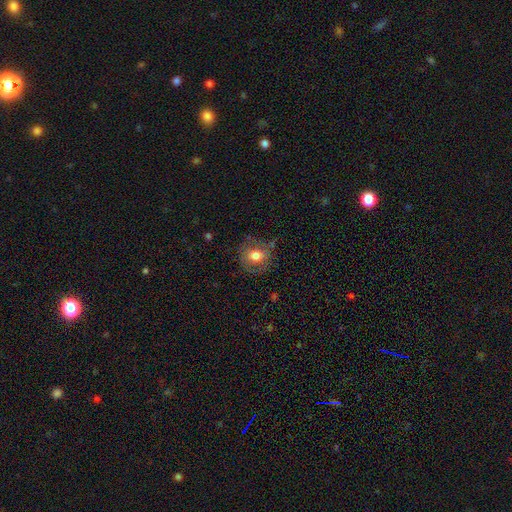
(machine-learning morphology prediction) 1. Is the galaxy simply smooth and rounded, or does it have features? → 71% smooth, 20% featured or disk, 9% star or artifact.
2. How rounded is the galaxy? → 79% round, 20% in between, 1% cigar-shaped.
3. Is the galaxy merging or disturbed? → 73% none, 18% minor disturbance, 7% major disturbance, 2% merger.